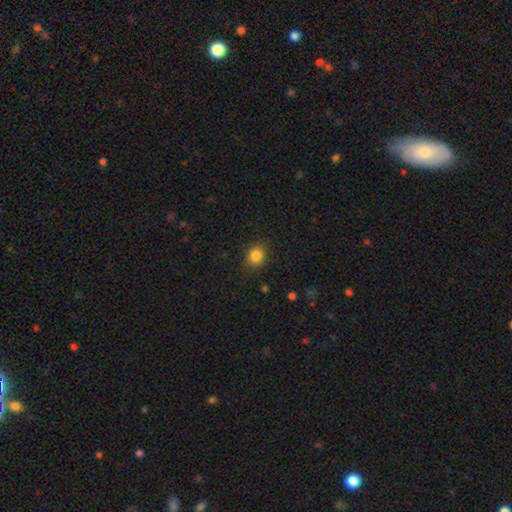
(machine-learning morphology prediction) A smooth galaxy with no disk features (84%) that is round (68%). Merging: none (86%).